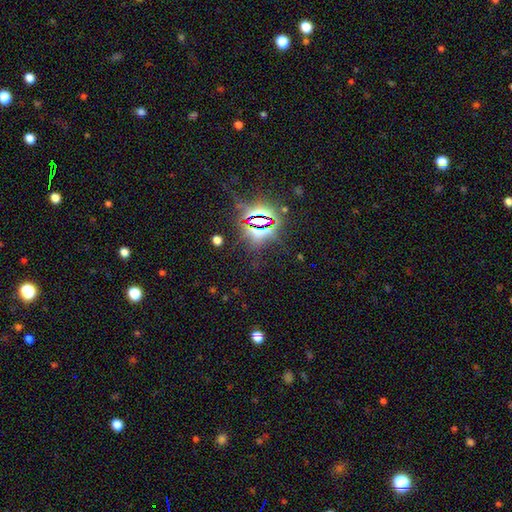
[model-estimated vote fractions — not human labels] Smooth or featured: star or artifact — 85% (smooth — 8%)